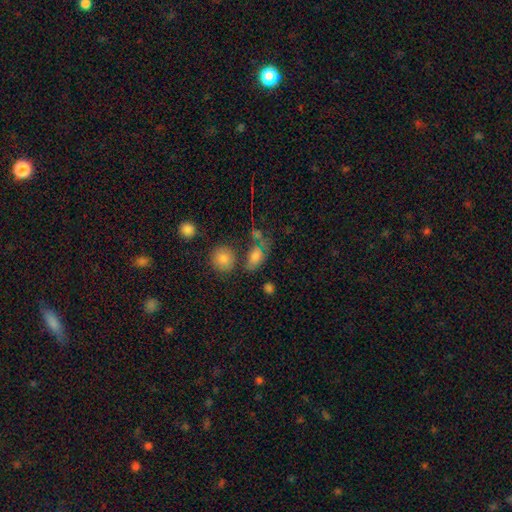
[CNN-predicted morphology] Smooth or featured?
  - smooth: 75% *
  - featured or disk: 13%
  - star or artifact: 12%
How rounded?
  - in between: 79% *
  - round: 17%
  - cigar-shaped: 4%
Merging?
  - none: 47% *
  - merger: 21%
  - minor disturbance: 19%
  - major disturbance: 12%